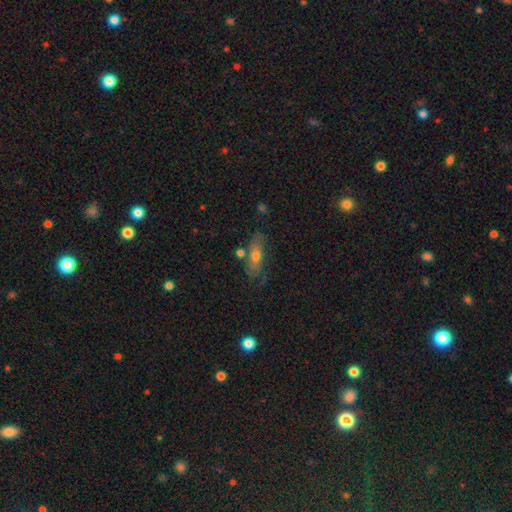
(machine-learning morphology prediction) Smooth or featured? smooth (54%)
How rounded? in between (65%)
Merging? none (60%)